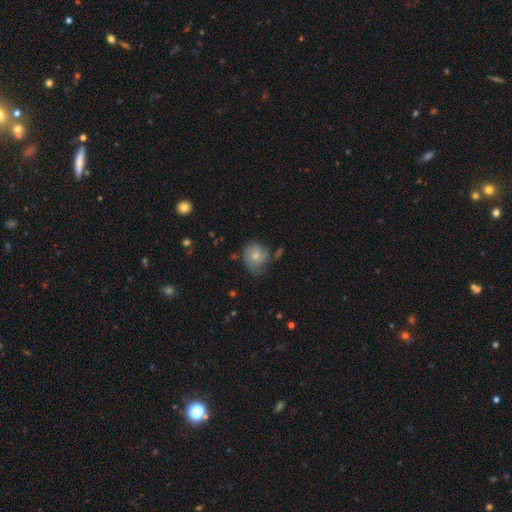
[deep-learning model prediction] A smooth galaxy with no disk features (65%) that is round (72%). Merging: none (47%).